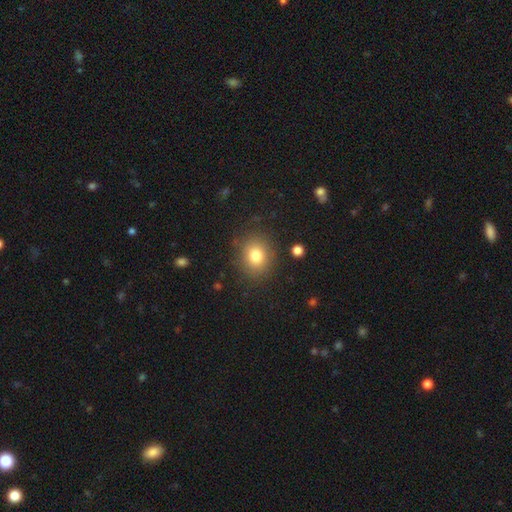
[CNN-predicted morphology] Overall: smooth (80%). How rounded: round (68%; in between 31%). Merging: none (85%).